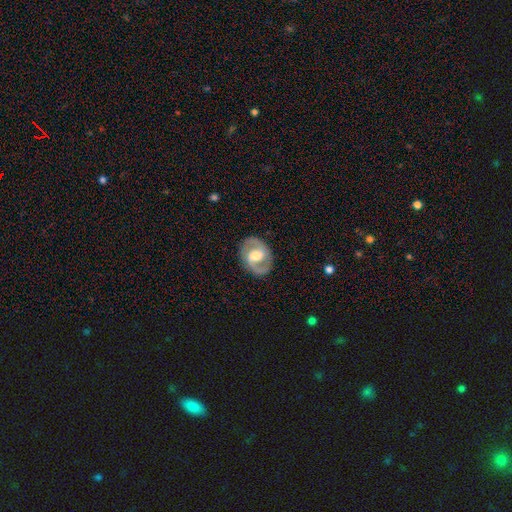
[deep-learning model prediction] This is clearly a featured or disk galaxy (84%). It is clearly not viewed edge-on (97%). Bar: possibly weak (50%). Spiral arm pattern: clearly yes (91%). Spiral arm count: clearly 2 (92%). Spiral winding: possibly medium (57%). Central bulge: likely moderate (65%). Merging: clearly none (86%).